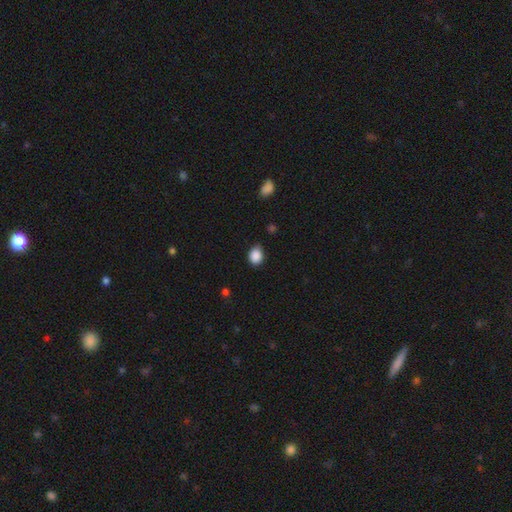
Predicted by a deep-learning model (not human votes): This appears to be a smooth galaxy with no disk features (89%) that is in between round and cigar-shaped (53%). Merging: none (77%).